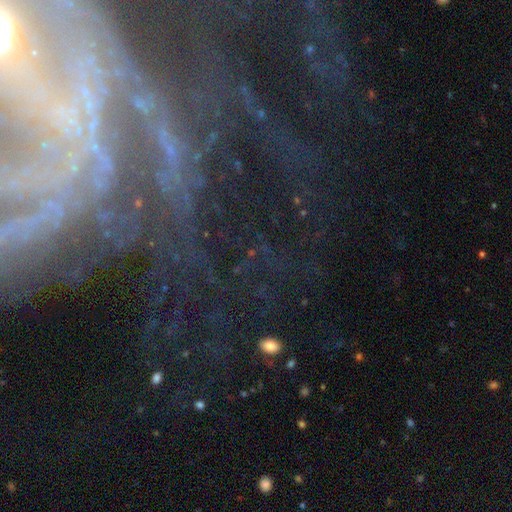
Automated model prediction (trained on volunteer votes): Q: Smooth or featured?
A: featured or disk (68%); runner-up: star or artifact (21%)
Q: Edge-on disk?
A: no (93%); runner-up: yes (7%)
Q: Bar?
A: no (41%); runner-up: weak (30%)
Q: Spiral arms?
A: yes (91%); runner-up: no (9%)
Q: Spiral winding?
A: tight (61%); runner-up: medium (28%)
Q: Spiral arm count?
A: can't tell (23%); runner-up: 2 (18%)
Q: Bulge size?
A: small (68%); runner-up: moderate (17%)
Q: Merging?
A: none (64%); runner-up: major disturbance (16%)